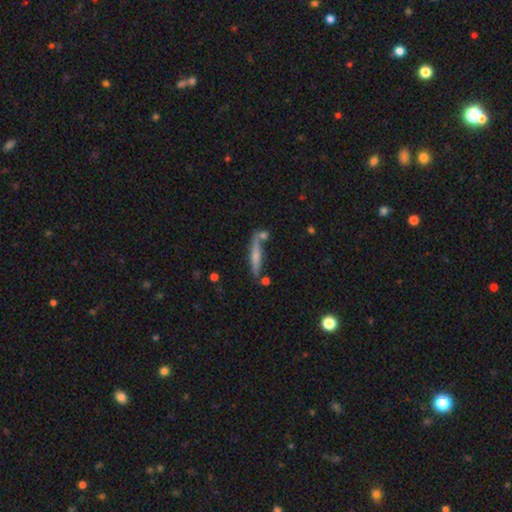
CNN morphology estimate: Smooth or featured: smooth — 50% (featured or disk — 43%)
Merging: none — 72% (minor disturbance — 13%)